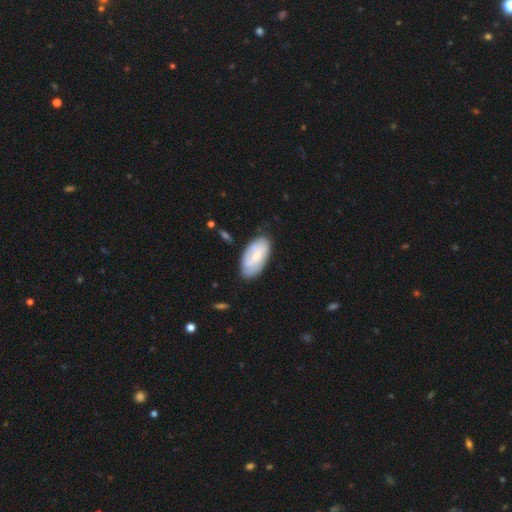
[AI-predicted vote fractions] The model was most divided on "smooth or featured": smooth: 51%, featured or disk: 43%, star or artifact: 6%. More confident: how rounded — in between (93%); merging — none (72%).